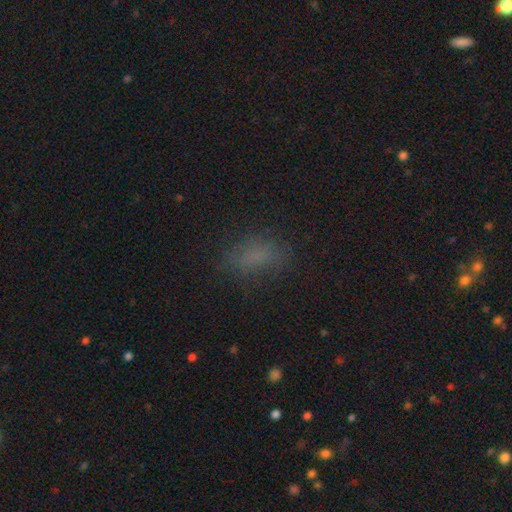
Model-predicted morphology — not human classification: A smooth galaxy with no disk features (75%) that is in between round and cigar-shaped (84%).

Vote fractions:
- Smooth or featured? smooth: 75% / star or artifact: 17% / featured or disk: 8%
- How rounded? in between: 84% / round: 9% / cigar-shaped: 8%
- Merging? none: 75% / minor disturbance: 16% / major disturbance: 7% / merger: 1%